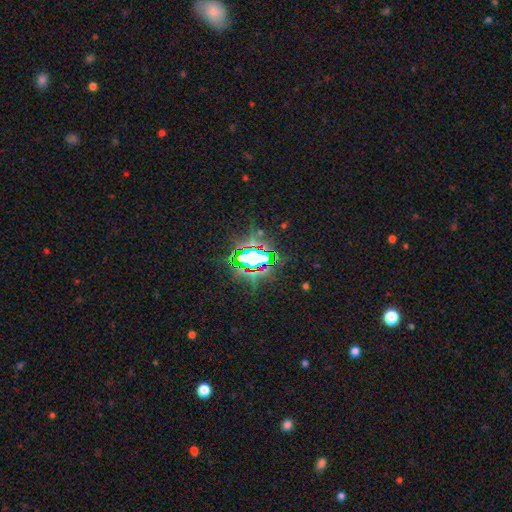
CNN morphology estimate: Q: Smooth or featured?
A: star or artifact (73%); runner-up: smooth (15%)